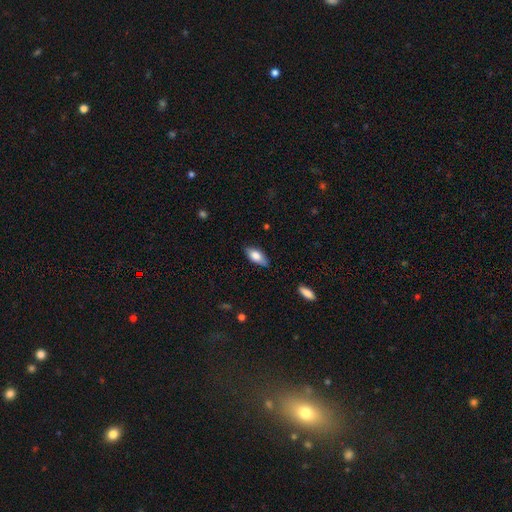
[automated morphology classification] type=smooth (78%); roundness=in between (87%); merging=none (82%).